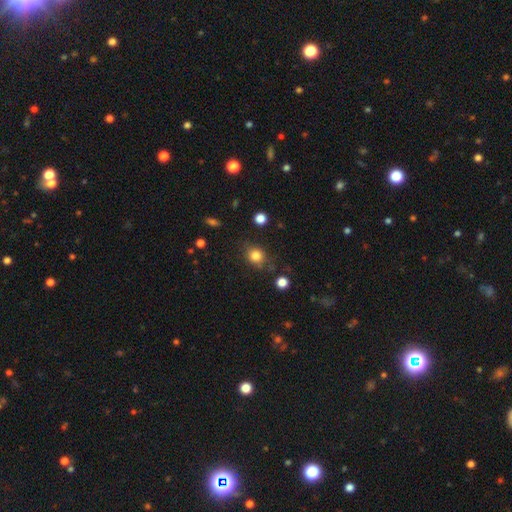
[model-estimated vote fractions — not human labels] Smooth or featured?
  - smooth: 82% *
  - star or artifact: 11%
  - featured or disk: 6%
How rounded?
  - round: 70% *
  - in between: 29%
  - cigar-shaped: 1%
Merging?
  - none: 75% *
  - minor disturbance: 17%
  - major disturbance: 5%
  - merger: 3%